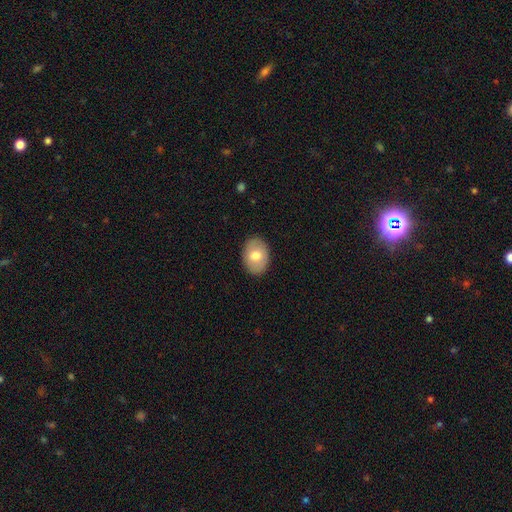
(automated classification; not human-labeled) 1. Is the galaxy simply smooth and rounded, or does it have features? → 73% smooth, 20% featured or disk, 6% star or artifact.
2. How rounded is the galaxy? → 75% in between, 24% round, 1% cigar-shaped.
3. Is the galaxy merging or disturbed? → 89% none, 8% minor disturbance, 2% major disturbance, 1% merger.